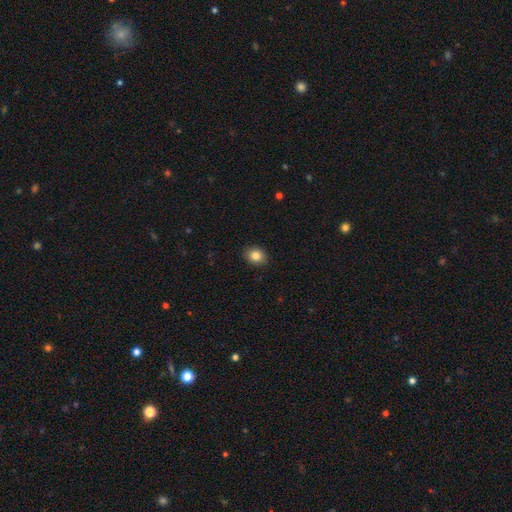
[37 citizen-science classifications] A smooth galaxy with no disk features (92%) that is round (65%). Merging: none (81%).